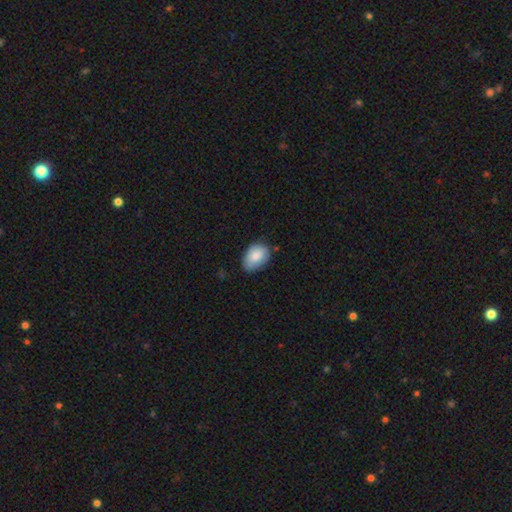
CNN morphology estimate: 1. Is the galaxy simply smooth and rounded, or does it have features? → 83% smooth, 10% featured or disk, 7% star or artifact.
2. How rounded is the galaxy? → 86% in between, 13% round, 1% cigar-shaped.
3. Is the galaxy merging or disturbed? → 74% none, 22% minor disturbance, 3% major disturbance, 1% merger.